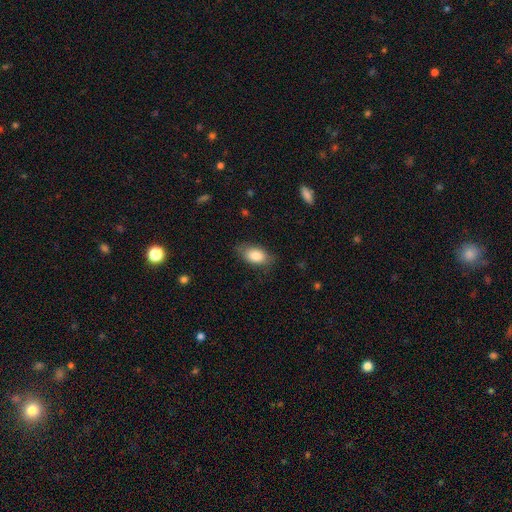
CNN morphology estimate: Smooth or featured? smooth (83%)
How rounded? in between (90%)
Merging? none (76%)